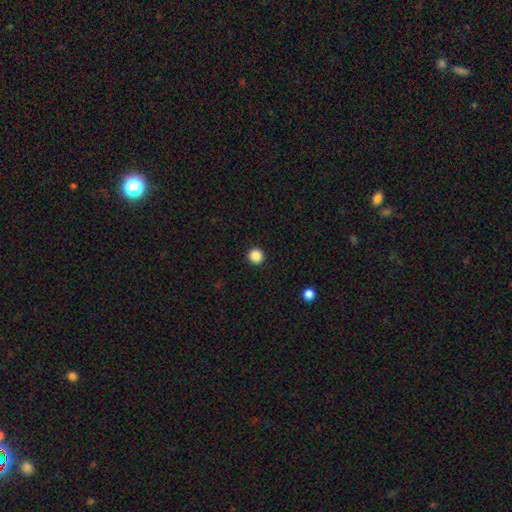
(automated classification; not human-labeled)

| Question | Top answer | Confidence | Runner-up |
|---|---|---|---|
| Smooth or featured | smooth | 87% | star or artifact (10%) |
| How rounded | round | 96% | in between (3%) |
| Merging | none | 93% | minor disturbance (4%) |